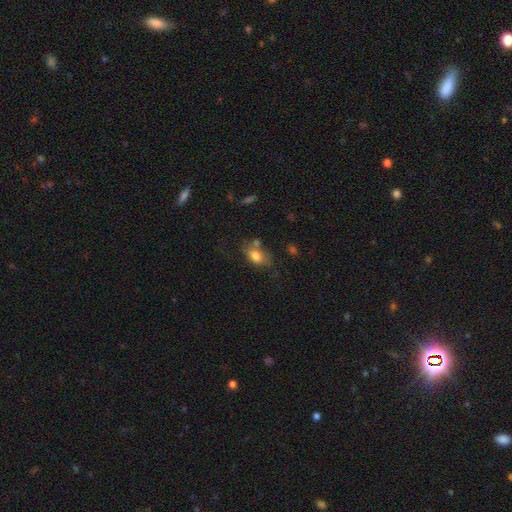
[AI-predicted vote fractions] smooth-or-featured: smooth: 77% | featured or disk: 15% | star or artifact: 8%
  how-rounded: in between: 85% | round: 11% | cigar-shaped: 3%
  merging: none: 52% | minor disturbance: 24% | merger: 14% | major disturbance: 10%